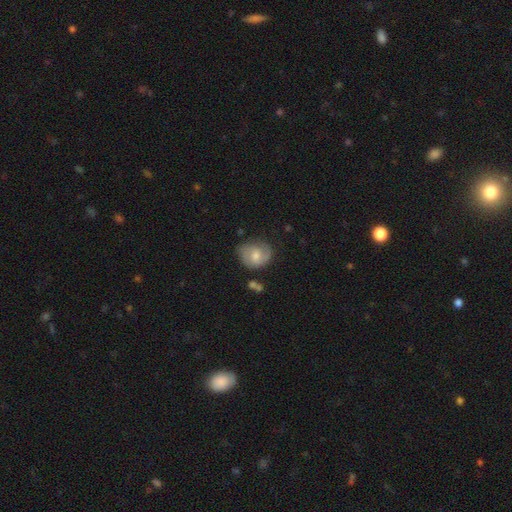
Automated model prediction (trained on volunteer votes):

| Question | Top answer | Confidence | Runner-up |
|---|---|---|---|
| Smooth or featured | featured or disk | 47% | smooth (46%) |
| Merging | none | 61% | minor disturbance (26%) |